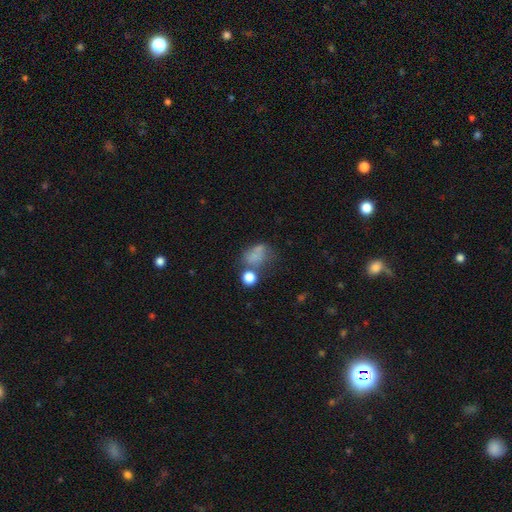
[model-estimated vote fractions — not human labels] A smooth galaxy with no disk features (68%) that is in between round and cigar-shaped (63%).

Vote fractions:
- Smooth or featured? smooth: 68% / star or artifact: 16% / featured or disk: 16%
- How rounded? in between: 63% / round: 35% / cigar-shaped: 2%
- Merging? none: 34% / major disturbance: 23% / merger: 22% / minor disturbance: 21%